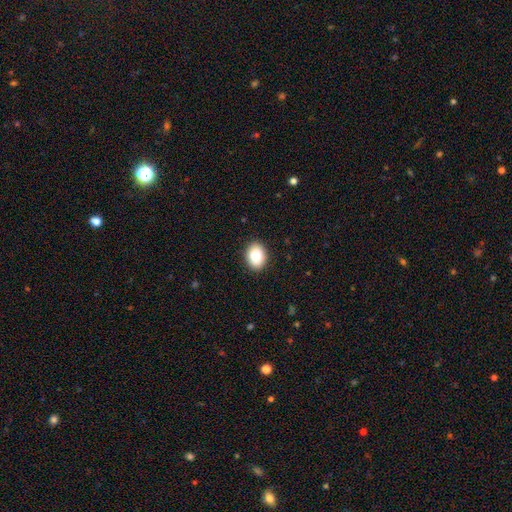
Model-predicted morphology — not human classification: smooth-or-featured: smooth: 83% | featured or disk: 9% | star or artifact: 8%
  how-rounded: in between: 71% | round: 28% | cigar-shaped: 1%
  merging: none: 90% | minor disturbance: 7% | major disturbance: 2% | merger: 1%